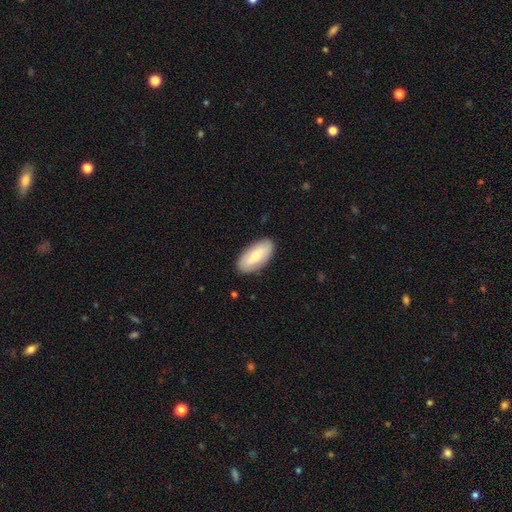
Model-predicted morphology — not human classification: type=smooth (67%); roundness=in between (91%); merging=none (87%).